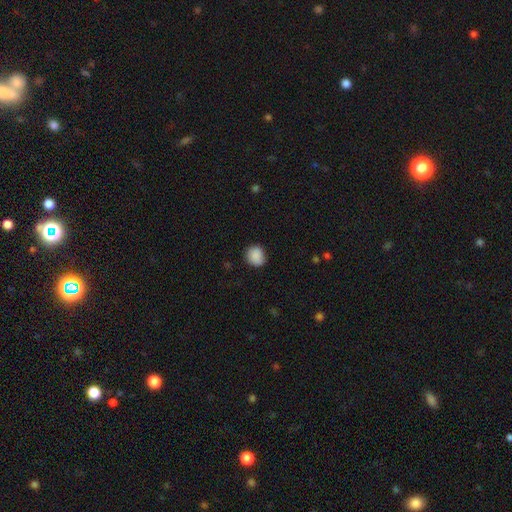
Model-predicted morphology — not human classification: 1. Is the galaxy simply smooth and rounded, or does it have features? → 88% smooth, 8% star or artifact, 4% featured or disk.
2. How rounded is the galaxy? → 76% round, 23% in between, 1% cigar-shaped.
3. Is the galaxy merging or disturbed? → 81% none, 15% minor disturbance, 3% major disturbance, 1% merger.